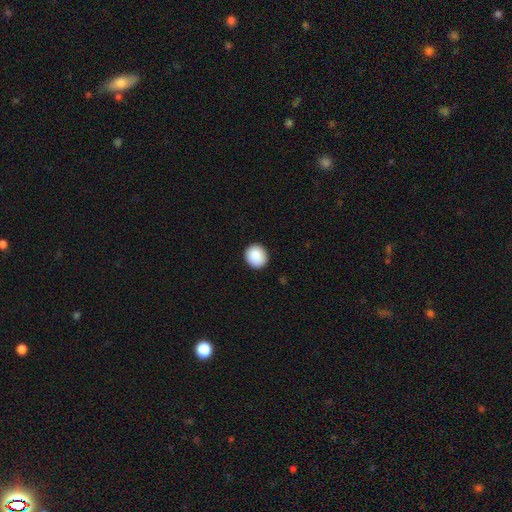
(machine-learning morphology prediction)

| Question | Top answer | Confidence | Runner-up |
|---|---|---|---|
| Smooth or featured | smooth | 89% | star or artifact (8%) |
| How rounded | round | 84% | in between (15%) |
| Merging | none | 91% | minor disturbance (6%) |